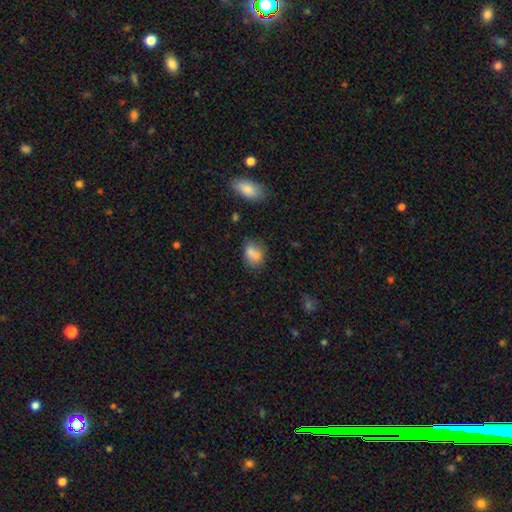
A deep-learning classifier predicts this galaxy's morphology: Q: Smooth or featured?
A: smooth (76%); runner-up: featured or disk (14%)
Q: How rounded?
A: in between (71%); runner-up: round (27%)
Q: Merging?
A: none (42%); runner-up: merger (35%)